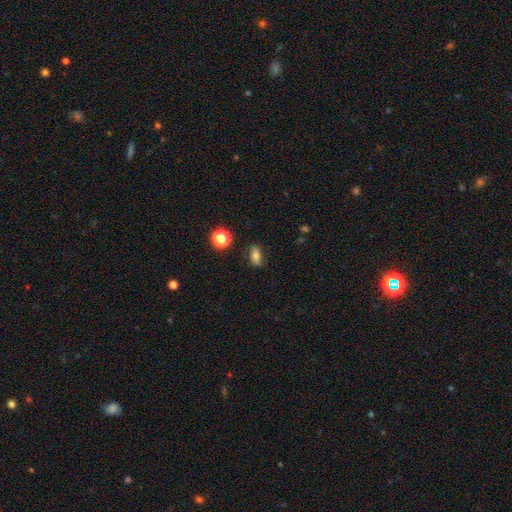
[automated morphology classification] type=smooth (62%); roundness=in between (73%); merging=none (78%).